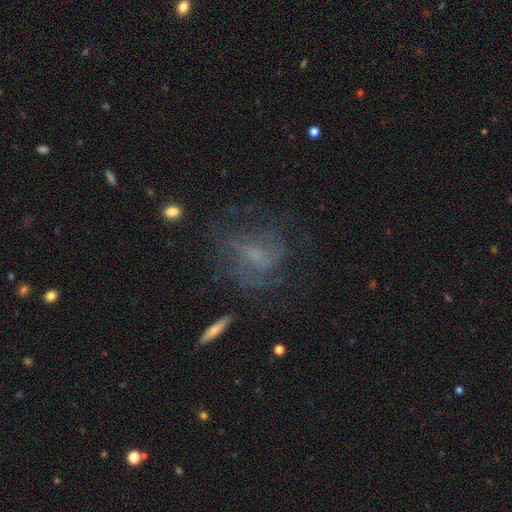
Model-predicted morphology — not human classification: Overall: featured or disk (58%; smooth 26%). Edge-on disk: no (95%). Bar: no (50%; weak 40%). Spiral arms: yes (70%). Bulge size: small (41%; none 30%). Merging: none (57%; major disturbance 21%).